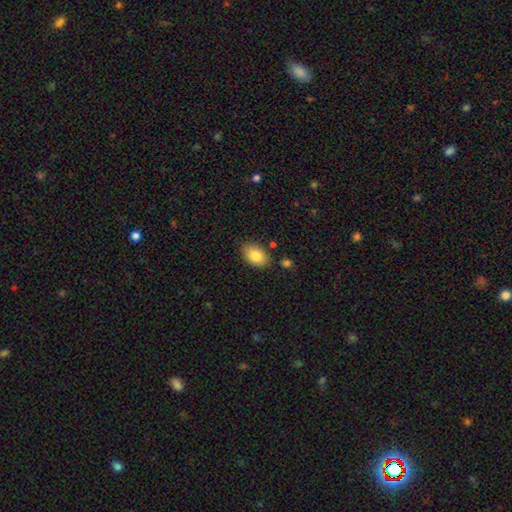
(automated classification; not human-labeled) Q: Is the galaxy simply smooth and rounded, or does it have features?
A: smooth — 84%.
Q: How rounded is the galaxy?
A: in between — 88%.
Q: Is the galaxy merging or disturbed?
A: none — 83%.